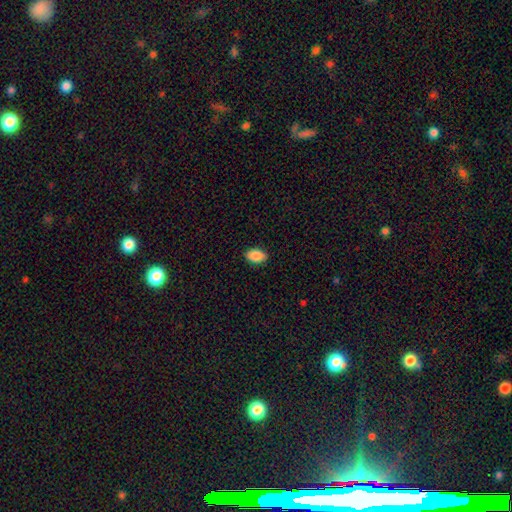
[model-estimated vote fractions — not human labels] A smooth galaxy with no disk features (89%) that is in between round and cigar-shaped (91%). Merging: none (90%).